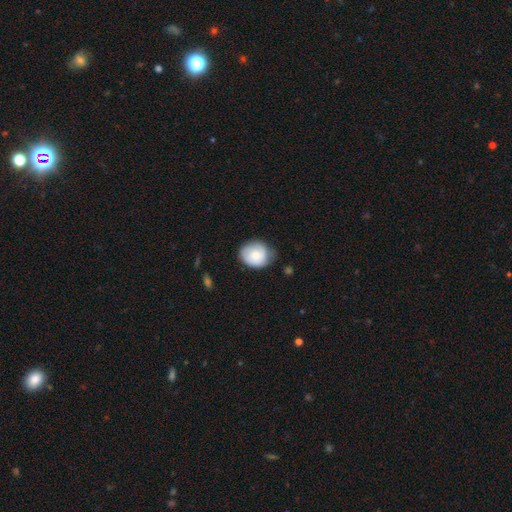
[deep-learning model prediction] smooth-or-featured: smooth: 73% | featured or disk: 21% | star or artifact: 7%
  how-rounded: round: 68% | in between: 32% | cigar-shaped: 1%
  merging: none: 65% | minor disturbance: 28% | major disturbance: 6% | merger: 1%